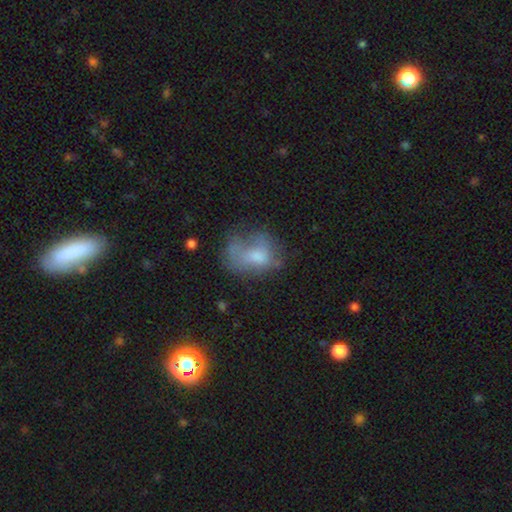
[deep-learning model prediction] A smooth galaxy with no disk features (58%) that is in between round and cigar-shaped (67%). Merging: major disturbance (36%).